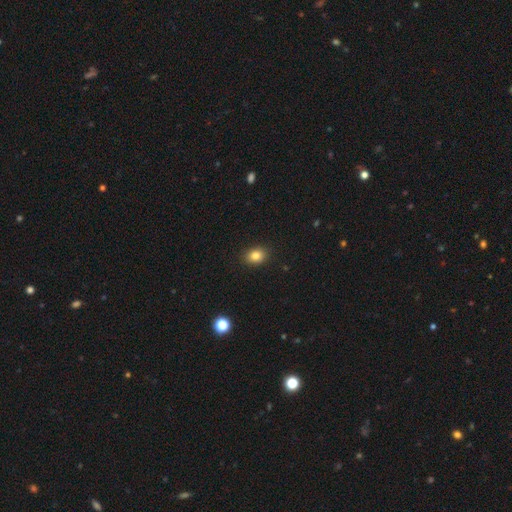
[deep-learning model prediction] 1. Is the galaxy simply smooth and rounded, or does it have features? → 84% smooth, 11% star or artifact, 6% featured or disk.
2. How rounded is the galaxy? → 55% in between, 44% round, 1% cigar-shaped.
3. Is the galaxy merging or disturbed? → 89% none, 8% minor disturbance, 2% major disturbance, 1% merger.